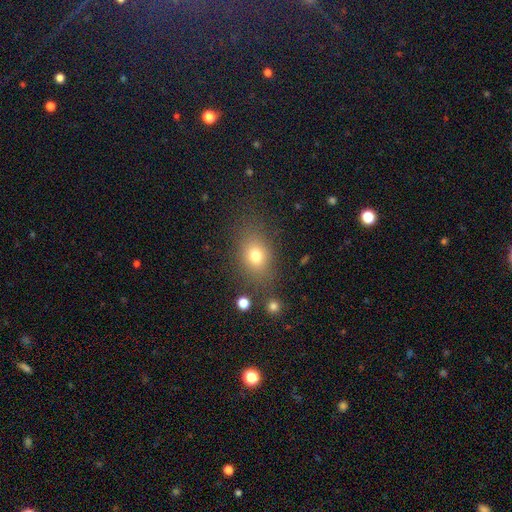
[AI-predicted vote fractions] A smooth galaxy with no disk features (74%) that is in between round and cigar-shaped (65%). Merging: none (75%).